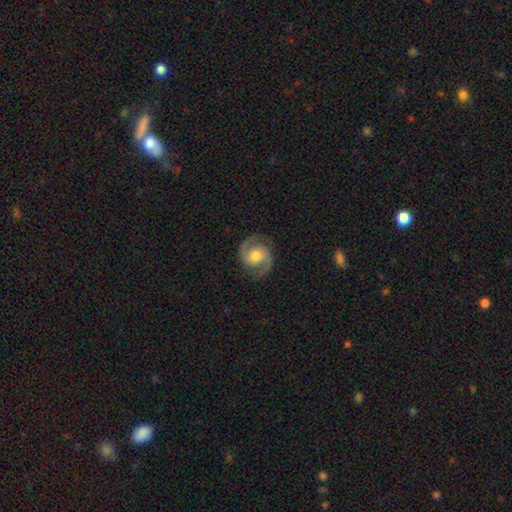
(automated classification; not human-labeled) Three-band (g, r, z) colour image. It shows a featured or disk galaxy (87%) with no bar (60%), 2 (94%) medium (55%) spiral arms (97%) and a moderate central bulge (71%). Merging: none (85%).